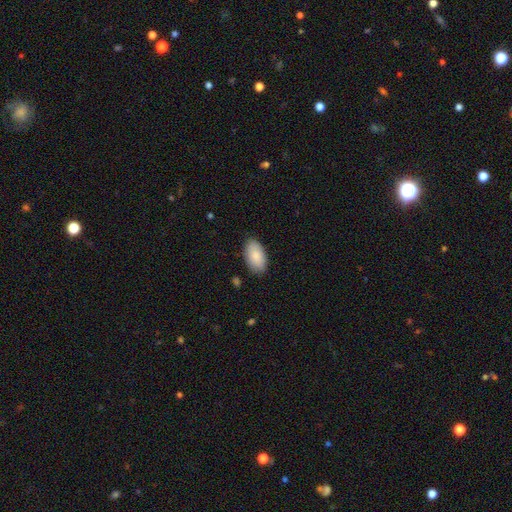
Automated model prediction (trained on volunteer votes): smooth-or-featured: smooth: 86% | featured or disk: 8% | star or artifact: 6%
  how-rounded: in between: 95% | round: 3% | cigar-shaped: 2%
  merging: none: 86% | minor disturbance: 11% | major disturbance: 2% | merger: 1%